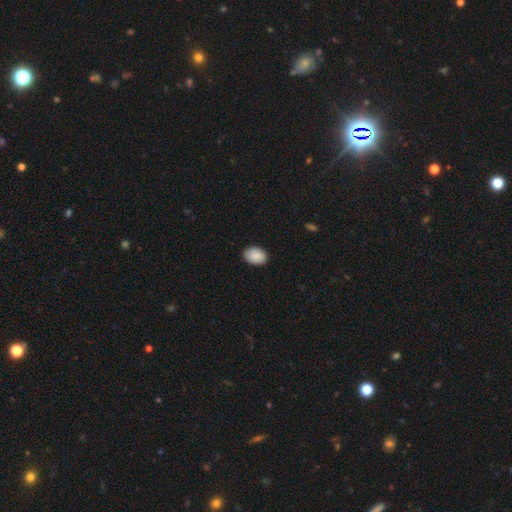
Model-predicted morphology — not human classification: Smooth or featured? Predicted: smooth (p=0.90). How rounded? Predicted: in between (p=0.83). Merging? Predicted: none (p=0.86).